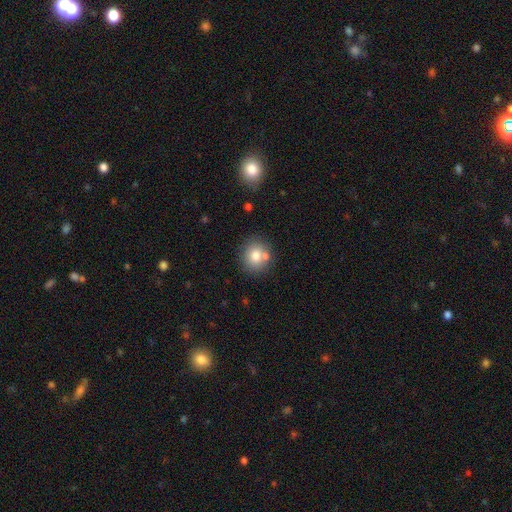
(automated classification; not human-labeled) Q: Smooth or featured?
A: smooth (76%); runner-up: featured or disk (13%)
Q: How rounded?
A: round (86%); runner-up: in between (13%)
Q: Merging?
A: none (71%); runner-up: merger (16%)